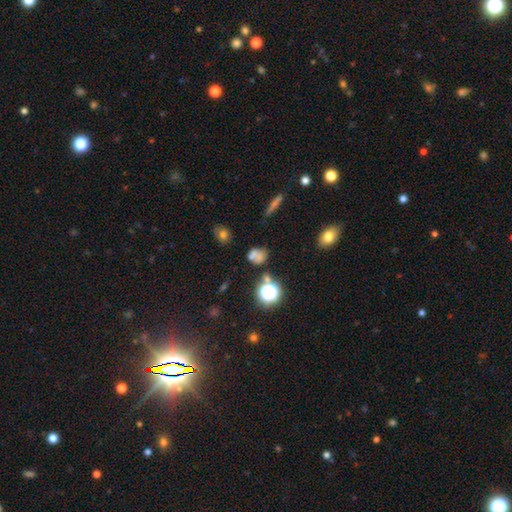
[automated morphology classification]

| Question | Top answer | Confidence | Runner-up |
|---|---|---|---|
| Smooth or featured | smooth | 61% | star or artifact (26%) |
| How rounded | round | 61% | in between (37%) |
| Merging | none | 55% | minor disturbance (18%) |